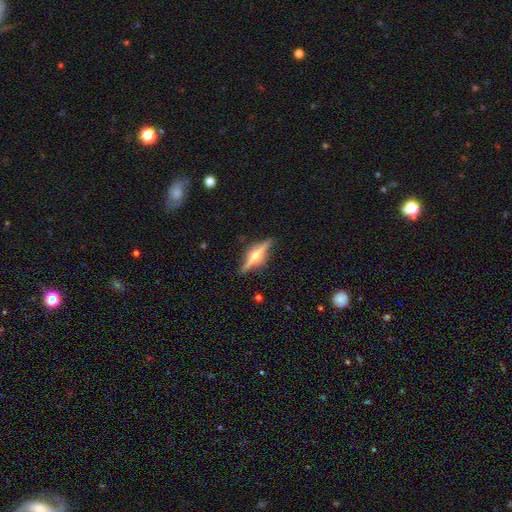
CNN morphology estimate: Smooth or featured?
  - featured or disk: 78% *
  - smooth: 16%
  - star or artifact: 6%
Edge-on disk?
  - yes: 97% *
  - no: 3%
Edge-on bulge?
  - rounded: 94% *
  - boxy: 4%
  - none: 2%
Merging?
  - none: 88% *
  - minor disturbance: 9%
  - major disturbance: 2%
  - merger: 1%